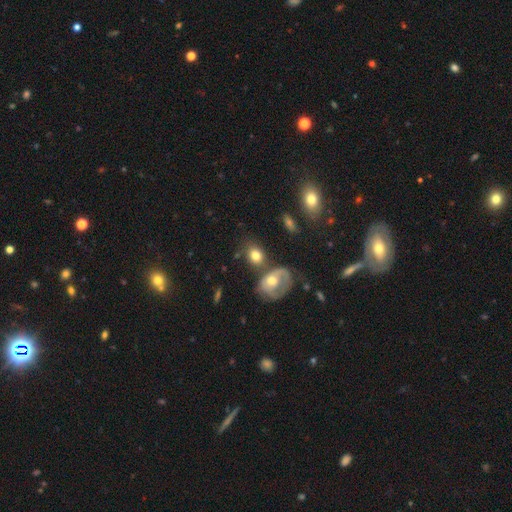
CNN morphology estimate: A smooth galaxy with no disk features (72%) that is in between round and cigar-shaped (52%).

Vote fractions:
- Smooth or featured? smooth: 72% / featured or disk: 19% / star or artifact: 9%
- How rounded? in between: 52% / round: 47% / cigar-shaped: 1%
- Merging? none: 47% / merger: 26% / minor disturbance: 16% / major disturbance: 10%